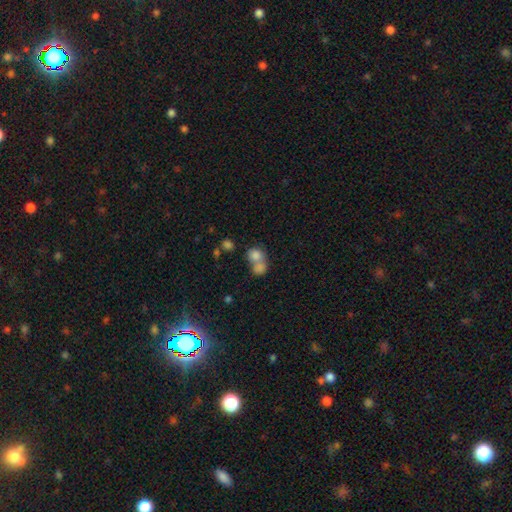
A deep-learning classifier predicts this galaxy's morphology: type=smooth (79%); roundness=round (61%); merging=merger (64%).